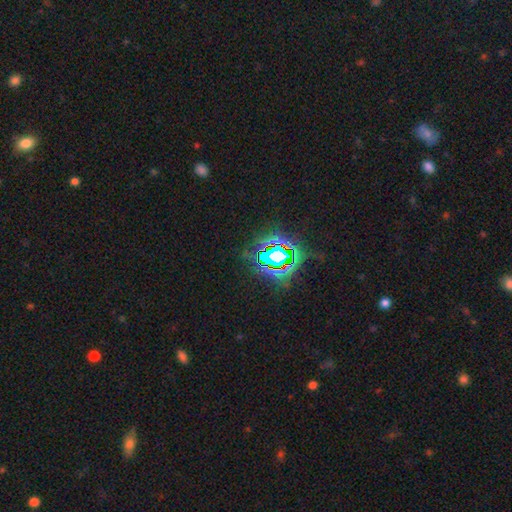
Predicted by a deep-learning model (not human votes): star or artifact 81%, smooth 11%, featured or disk 8%.